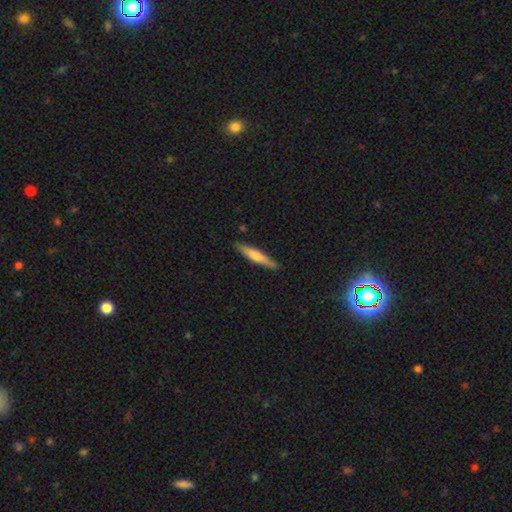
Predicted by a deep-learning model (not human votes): Smooth or featured? smooth (53%)
How rounded? cigar-shaped (92%)
Merging? none (90%)